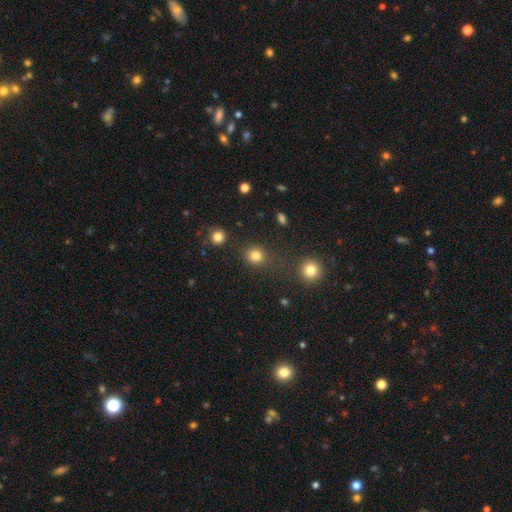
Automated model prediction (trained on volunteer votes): Overall: smooth (81%). How rounded: round (84%). Merging: none (82%).